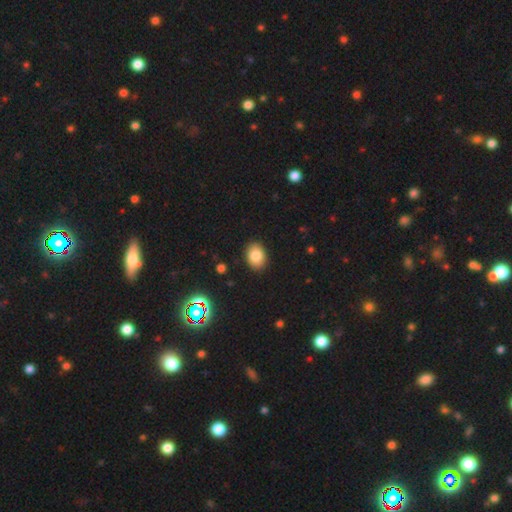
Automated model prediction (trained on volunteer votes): Smooth or featured?
  - smooth: 83% *
  - star or artifact: 10%
  - featured or disk: 7%
How rounded?
  - in between: 76% *
  - round: 23%
  - cigar-shaped: 1%
Merging?
  - none: 89% *
  - minor disturbance: 8%
  - major disturbance: 2%
  - merger: 1%